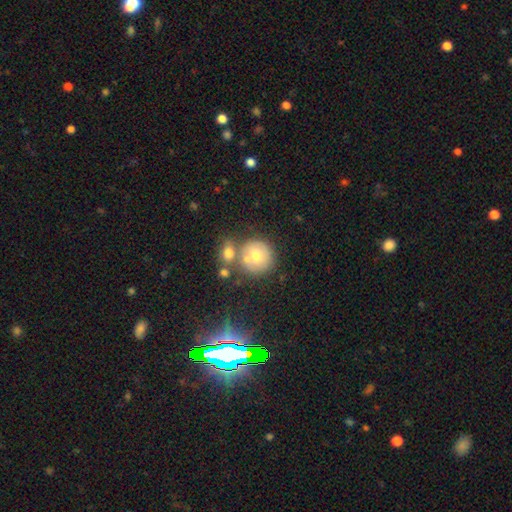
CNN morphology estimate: smooth_or_featured: smooth (p=0.61) [alt: featured or disk p=0.25]
how_rounded: round (p=0.91) [alt: in between p=0.08]
merging: none (p=0.52) [alt: merger p=0.31]